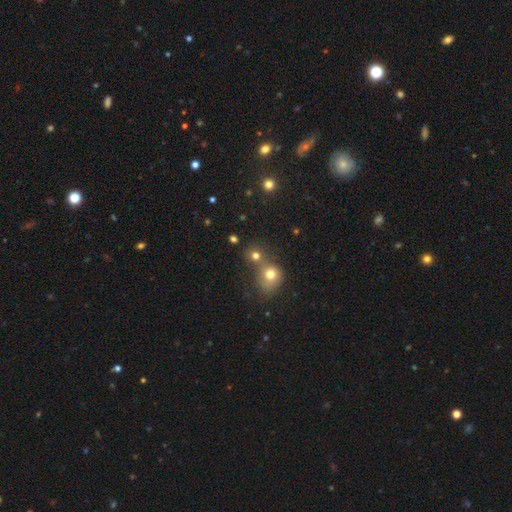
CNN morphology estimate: Smooth or featured?
  - smooth: 73% *
  - star or artifact: 17%
  - featured or disk: 10%
How rounded?
  - round: 82% *
  - in between: 17%
  - cigar-shaped: 1%
Merging?
  - none: 45% *
  - merger: 44%
  - minor disturbance: 7%
  - major disturbance: 4%